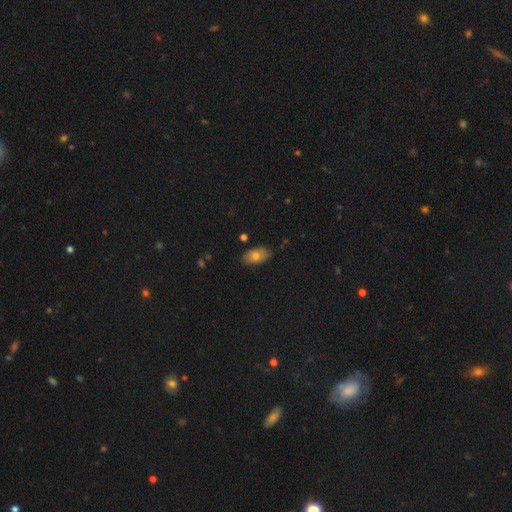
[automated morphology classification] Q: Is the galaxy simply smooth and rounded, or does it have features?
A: smooth — 75%.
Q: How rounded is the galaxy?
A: in between — 92%.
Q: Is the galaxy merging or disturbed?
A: none — 81%.